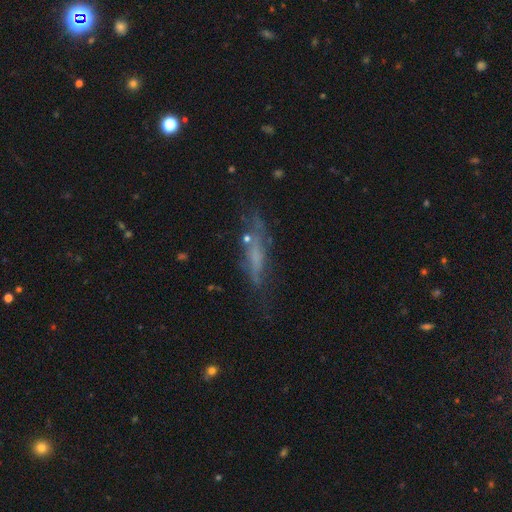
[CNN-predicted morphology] Smooth or featured? Predicted: featured or disk (p=0.46). Merging? Predicted: none (p=0.53).